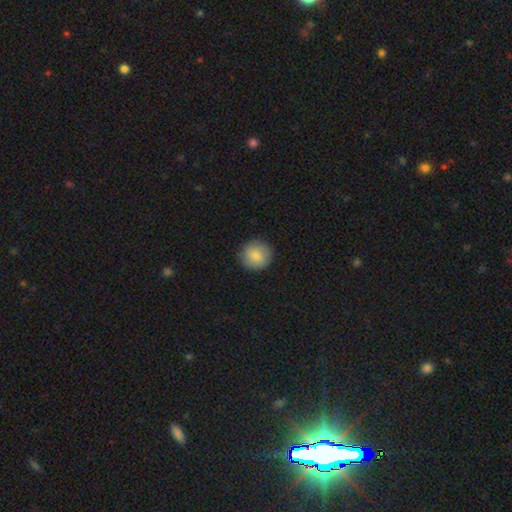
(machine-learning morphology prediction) The model was most divided on "smooth or featured": smooth: 86%, star or artifact: 8%, featured or disk: 6%. More confident: how rounded — round (93%); merging — none (90%).